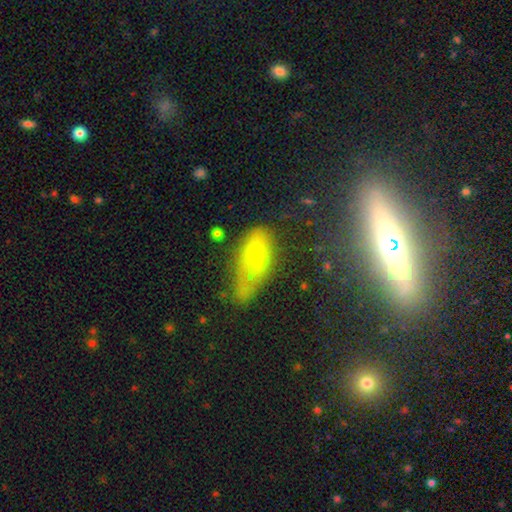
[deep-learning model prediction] Smooth or featured: smooth — 59% (featured or disk — 29%)
How rounded: in between — 84% (cigar-shaped — 9%)
Merging: none — 33% (major disturbance — 29%)